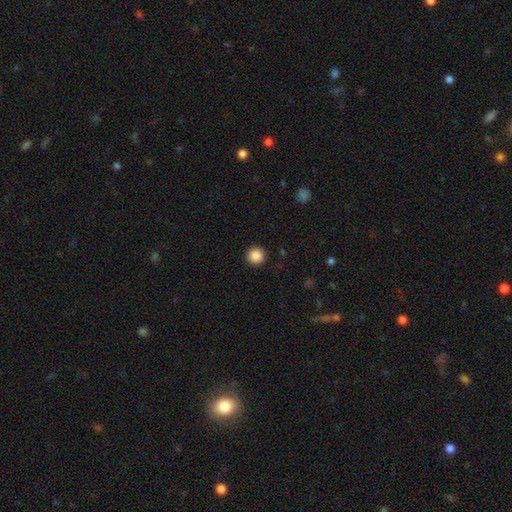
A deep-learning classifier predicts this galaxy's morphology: Smooth or featured? Predicted: smooth (p=0.88). How rounded? Predicted: round (p=0.96). Merging? Predicted: none (p=0.93).